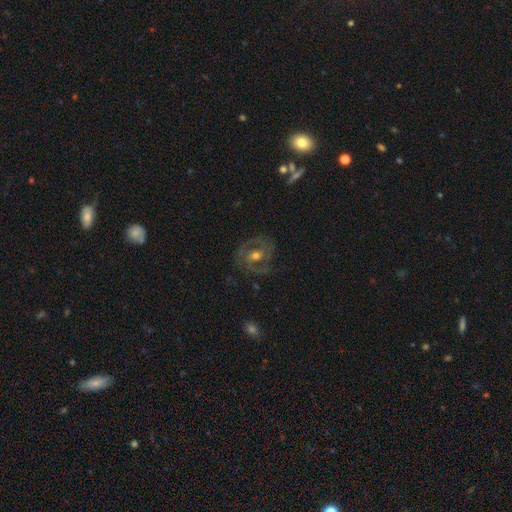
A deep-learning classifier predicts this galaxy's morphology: Q: Smooth or featured?
A: featured or disk (78%); runner-up: smooth (15%)
Q: Edge-on disk?
A: no (97%); runner-up: yes (3%)
Q: Bar?
A: no (49%); runner-up: weak (37%)
Q: Spiral arms?
A: yes (84%); runner-up: no (16%)
Q: Spiral winding?
A: medium (45%); runner-up: tight (42%)
Q: Spiral arm count?
A: 2 (70%); runner-up: can't tell (14%)
Q: Bulge size?
A: moderate (68%); runner-up: small (24%)
Q: Merging?
A: none (74%); runner-up: minor disturbance (15%)